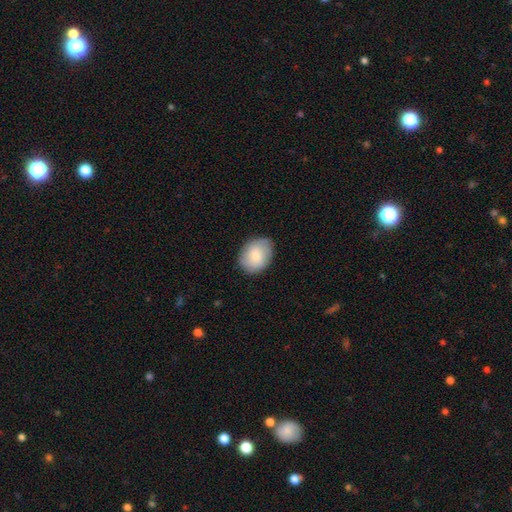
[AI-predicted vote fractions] Q: Smooth or featured?
A: smooth (78%); runner-up: featured or disk (16%)
Q: How rounded?
A: in between (59%); runner-up: round (40%)
Q: Merging?
A: none (78%); runner-up: minor disturbance (17%)